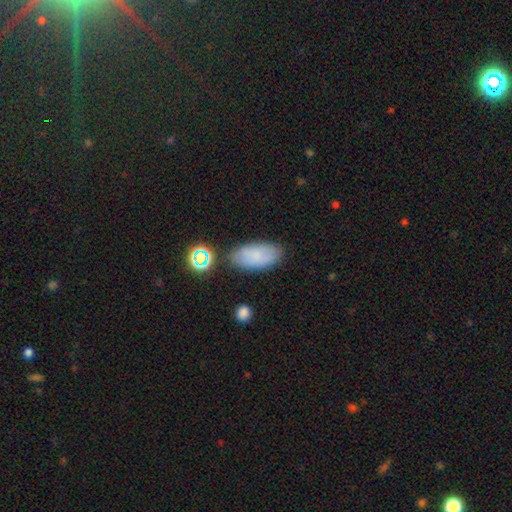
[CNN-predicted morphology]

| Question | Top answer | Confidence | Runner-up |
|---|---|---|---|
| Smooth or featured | smooth | 81% | star or artifact (10%) |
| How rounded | in between | 92% | cigar-shaped (4%) |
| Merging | none | 79% | minor disturbance (14%) |